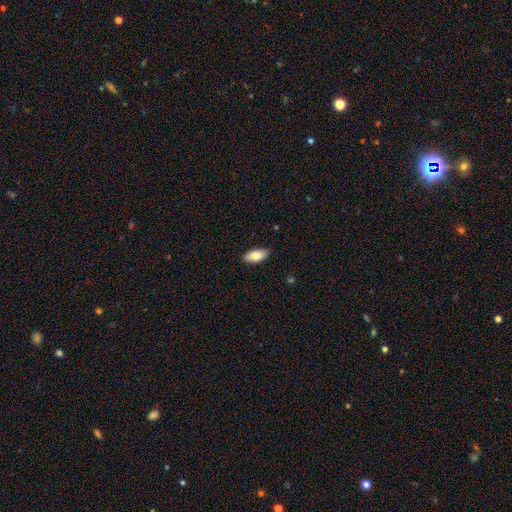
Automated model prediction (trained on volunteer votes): Smooth or featured?
  - smooth: 80% *
  - featured or disk: 13%
  - star or artifact: 6%
How rounded?
  - in between: 89% *
  - cigar-shaped: 9%
  - round: 2%
Merging?
  - none: 88% *
  - minor disturbance: 9%
  - major disturbance: 2%
  - merger: 1%